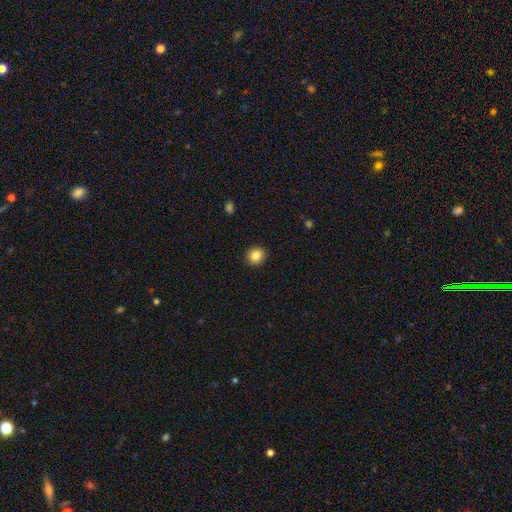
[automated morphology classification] A smooth galaxy with no disk features (84%) that is round (85%). Merging: none (92%).